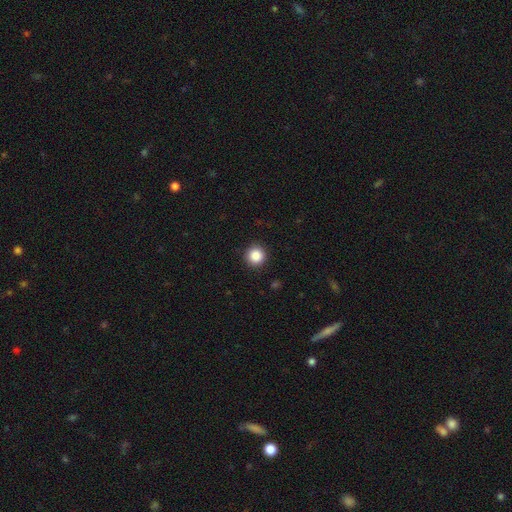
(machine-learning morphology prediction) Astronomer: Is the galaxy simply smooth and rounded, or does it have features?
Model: smooth — 87%.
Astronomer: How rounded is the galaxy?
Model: round — 95%.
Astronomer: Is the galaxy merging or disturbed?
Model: none — 92%.